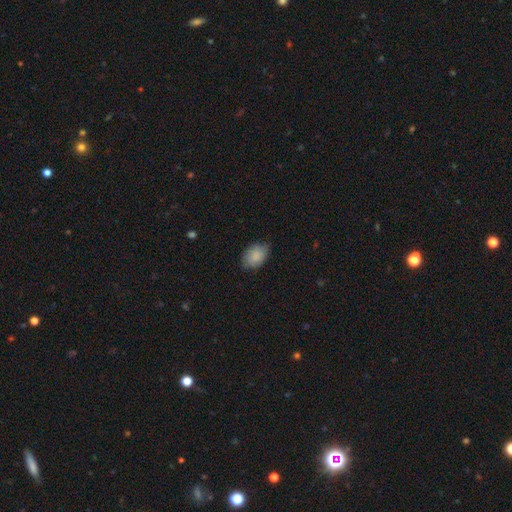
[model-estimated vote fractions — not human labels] Smooth or featured? smooth (88%)
How rounded? in between (79%)
Merging? none (75%)